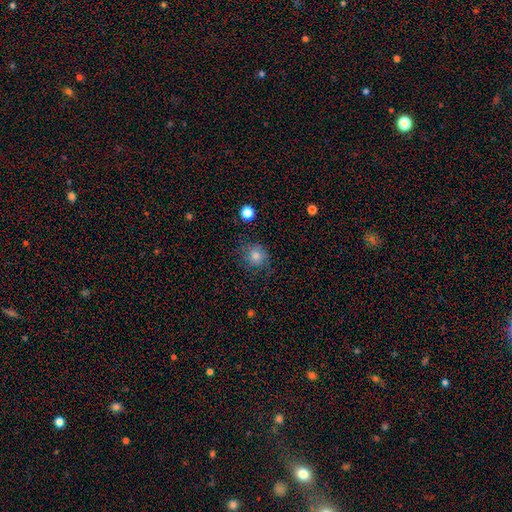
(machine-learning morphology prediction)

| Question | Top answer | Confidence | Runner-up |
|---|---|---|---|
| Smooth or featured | smooth | 71% | featured or disk (15%) |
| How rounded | round | 82% | in between (17%) |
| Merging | none | 74% | minor disturbance (18%) |